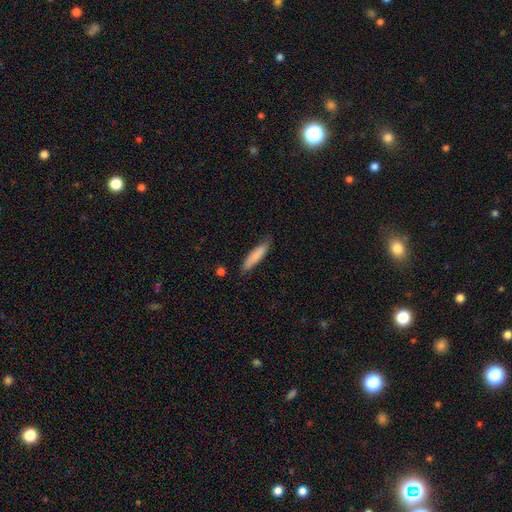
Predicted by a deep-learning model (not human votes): Smooth or featured? smooth (83%)
How rounded? cigar-shaped (81%)
Merging? none (79%)